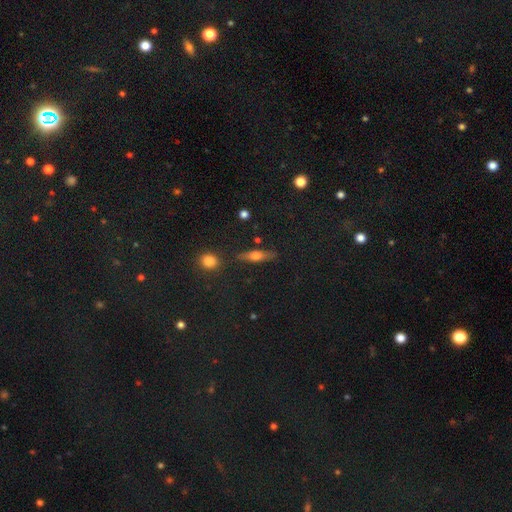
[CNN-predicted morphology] smooth 51%, featured or disk 40%, star or artifact 9%. Down the decision tree: how rounded — cigar-shaped (62%); merging — none (81%).